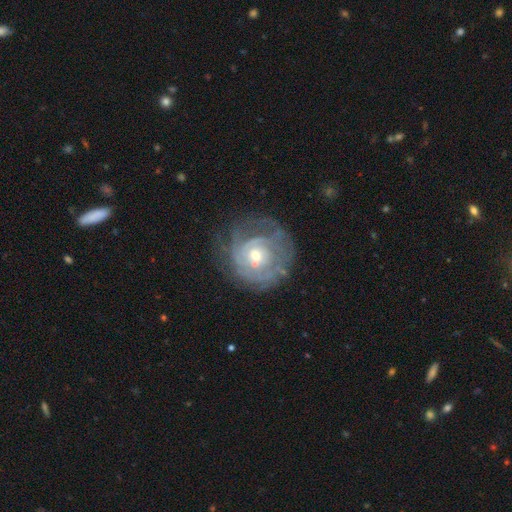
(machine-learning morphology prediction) featured or disk 77%, smooth 16%, star or artifact 7%. Down the decision tree: edge-on disk — no (97%); bar — no (78%); spiral arms — yes (79%); spiral arm count — can't tell (53%); spiral winding — tight (71%); bulge size — small (51%); merging — none (59%).